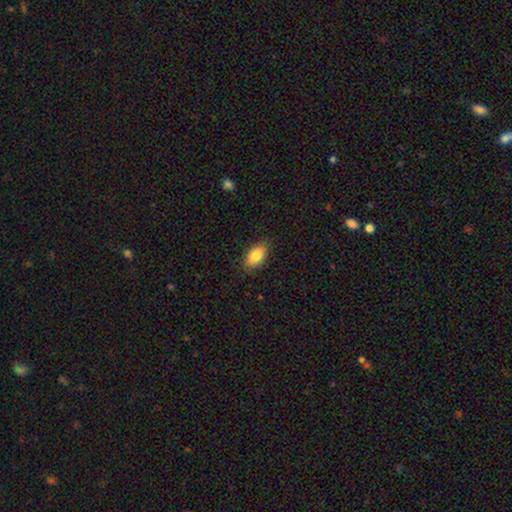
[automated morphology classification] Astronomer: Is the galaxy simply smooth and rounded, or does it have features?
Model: smooth — 84%.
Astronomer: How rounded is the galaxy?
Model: in between — 92%.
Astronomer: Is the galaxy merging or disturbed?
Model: none — 84%.